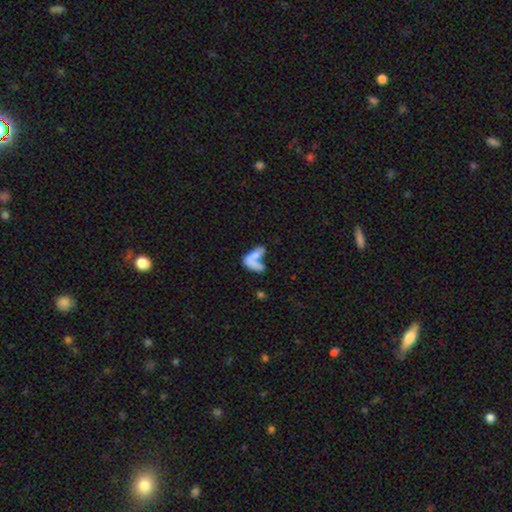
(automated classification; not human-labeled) Smooth or featured: smooth — 58% (featured or disk — 31%)
How rounded: in between — 66% (cigar-shaped — 27%)
Merging: merger — 51% (none — 22%)